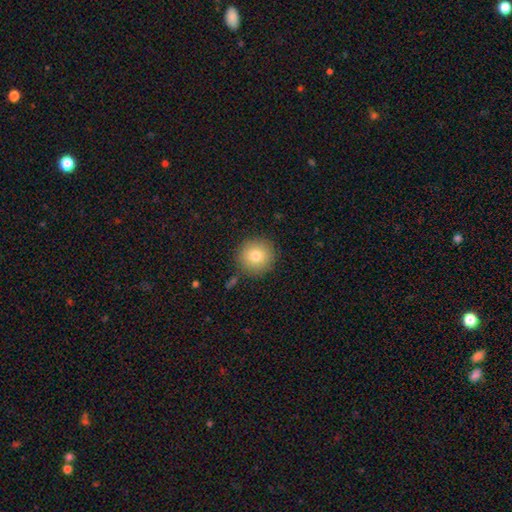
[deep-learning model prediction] Morphology: type=smooth (80%); roundness=round (95%); merging=none (87%).